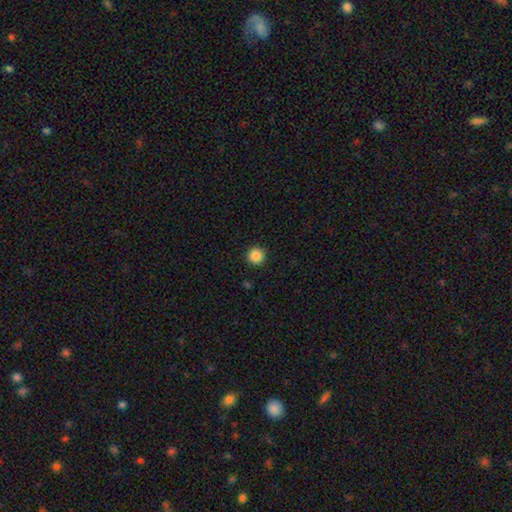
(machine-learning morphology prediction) Smooth or featured? smooth (87%)
How rounded? round (96%)
Merging? none (93%)